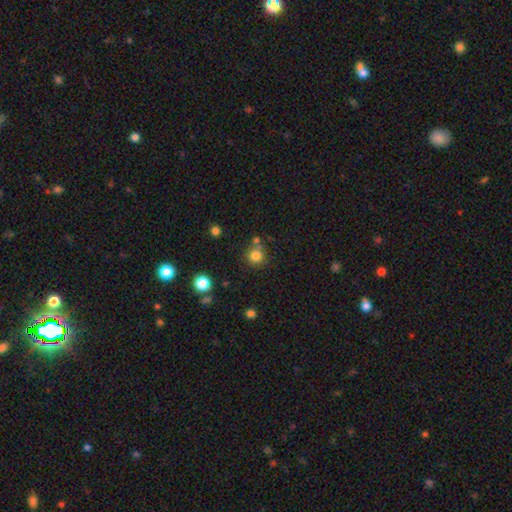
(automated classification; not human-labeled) Smooth or featured? Predicted: smooth (p=0.80). How rounded? Predicted: round (p=0.92). Merging? Predicted: none (p=0.71).